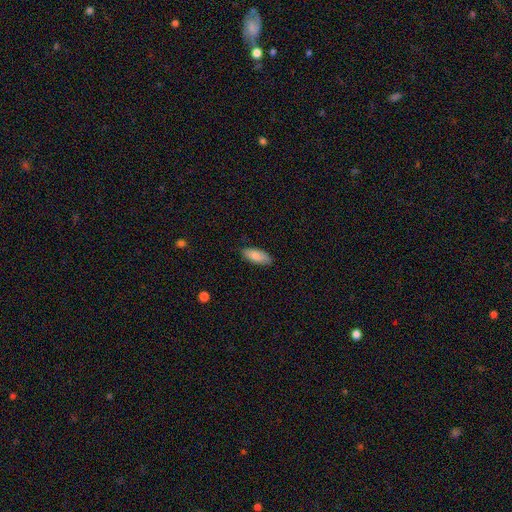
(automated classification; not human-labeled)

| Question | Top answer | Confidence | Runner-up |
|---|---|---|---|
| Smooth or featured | smooth | 84% | featured or disk (10%) |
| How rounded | in between | 83% | cigar-shaped (15%) |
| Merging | none | 81% | minor disturbance (15%) |